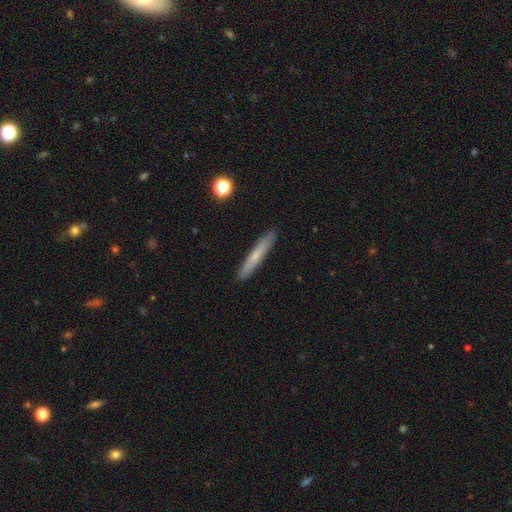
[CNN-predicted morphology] Q: Smooth or featured?
A: smooth (62%); runner-up: featured or disk (32%)
Q: How rounded?
A: cigar-shaped (94%); runner-up: in between (4%)
Q: Merging?
A: none (90%); runner-up: minor disturbance (7%)